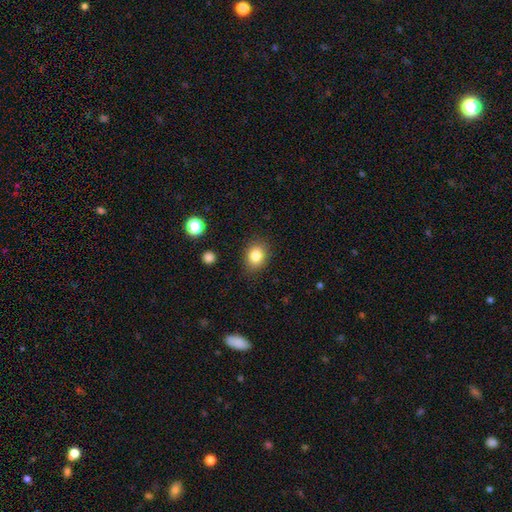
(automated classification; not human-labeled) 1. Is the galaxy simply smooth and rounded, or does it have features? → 83% smooth, 10% star or artifact, 7% featured or disk.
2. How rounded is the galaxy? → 54% round, 45% in between, 1% cigar-shaped.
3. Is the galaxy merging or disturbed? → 85% none, 11% minor disturbance, 3% major disturbance, 1% merger.